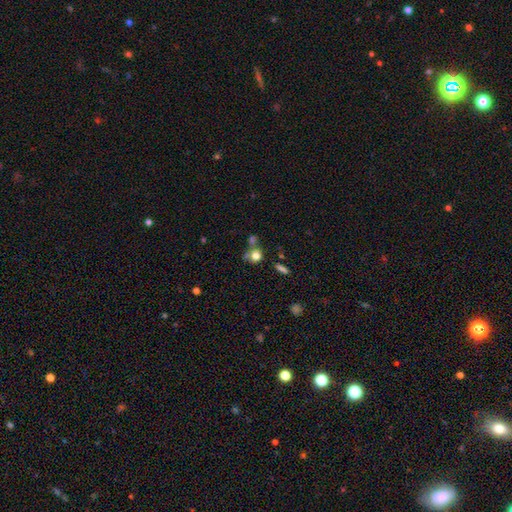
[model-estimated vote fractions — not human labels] A smooth galaxy with no disk features (75%) that is round (82%). Merging: none (51%).